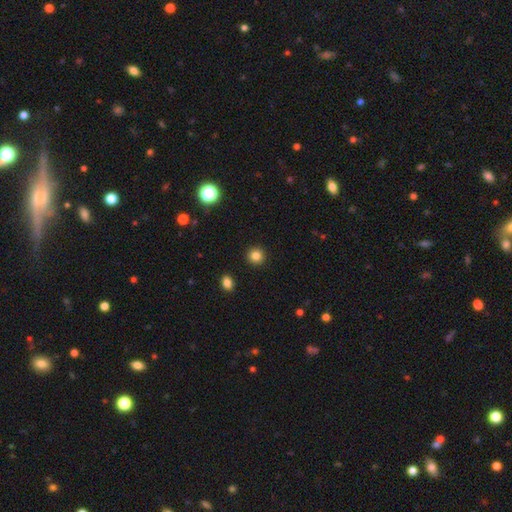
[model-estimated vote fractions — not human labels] This is clearly a smooth galaxy (84%). How rounded: clearly round (93%). Merging: clearly none (92%).